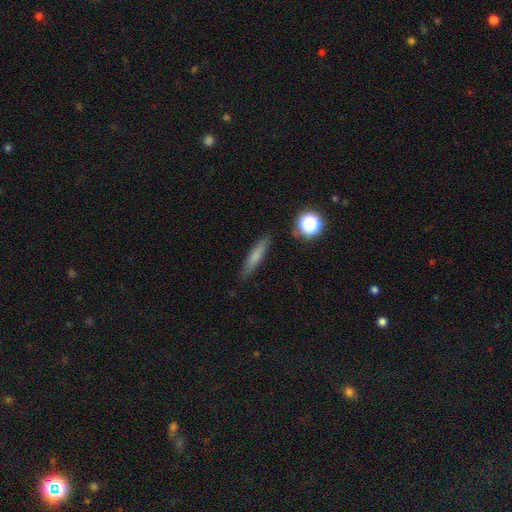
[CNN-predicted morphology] A smooth galaxy with no disk features (71%) that is cigar-shaped (82%). Merging: none (86%).